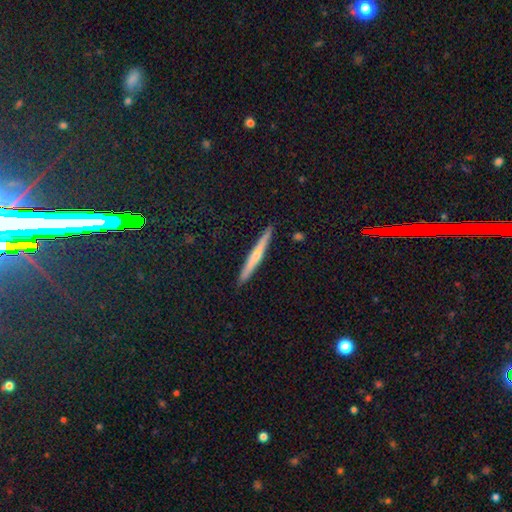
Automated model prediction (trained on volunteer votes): featured or disk 56%, smooth 37%, star or artifact 7%. Down the decision tree: edge-on disk — yes (97%); edge-on bulge — rounded (61%); merging — none (92%).